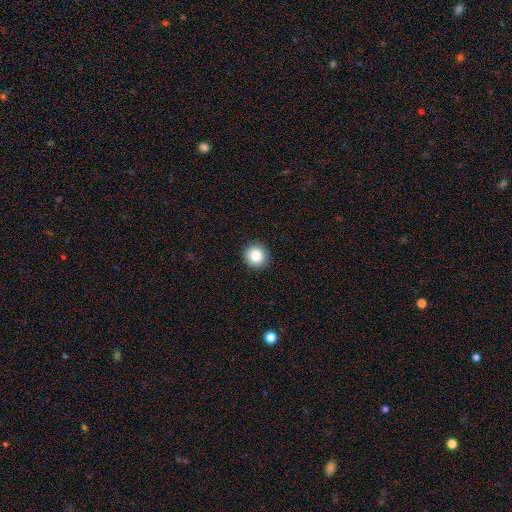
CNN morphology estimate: A smooth galaxy with no disk features (85%) that is round (93%). Merging: none (92%).